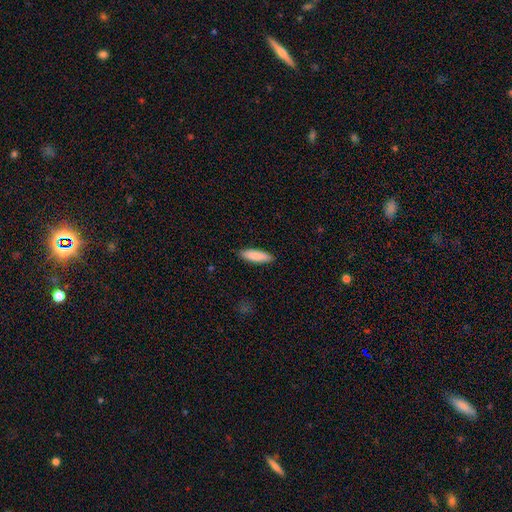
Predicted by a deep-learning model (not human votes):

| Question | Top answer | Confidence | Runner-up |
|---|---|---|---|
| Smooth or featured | smooth | 88% | featured or disk (6%) |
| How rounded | cigar-shaped | 54% | in between (45%) |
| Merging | none | 89% | minor disturbance (9%) |